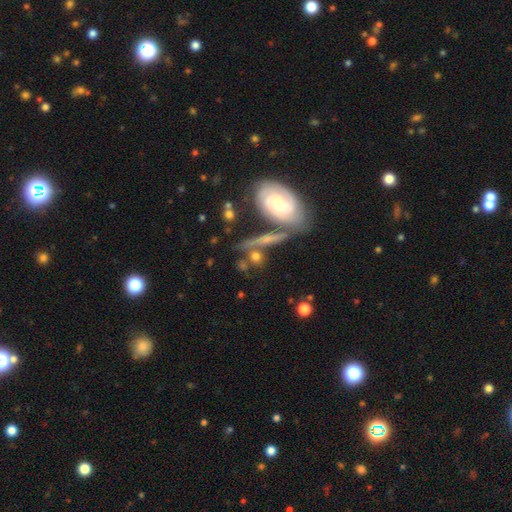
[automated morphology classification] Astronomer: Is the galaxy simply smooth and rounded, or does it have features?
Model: featured or disk — 54% (runner-up: smooth, 35%).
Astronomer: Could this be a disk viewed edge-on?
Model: no — 60% (runner-up: yes, 40%).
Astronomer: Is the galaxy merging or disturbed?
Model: none — 53%.